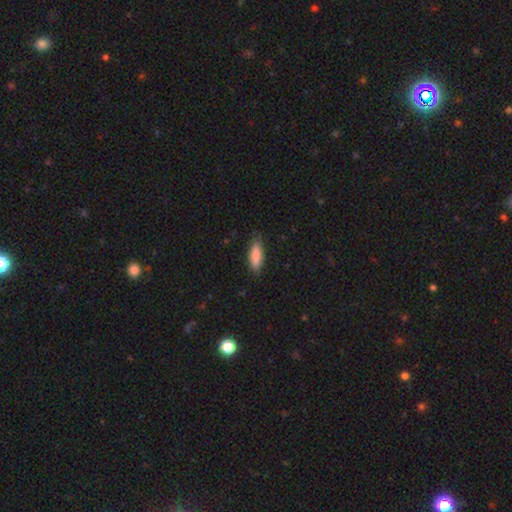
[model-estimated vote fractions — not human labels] Smooth or featured: smooth — 85% (featured or disk — 9%)
How rounded: in between — 55% (cigar-shaped — 44%)
Merging: none — 82% (minor disturbance — 14%)